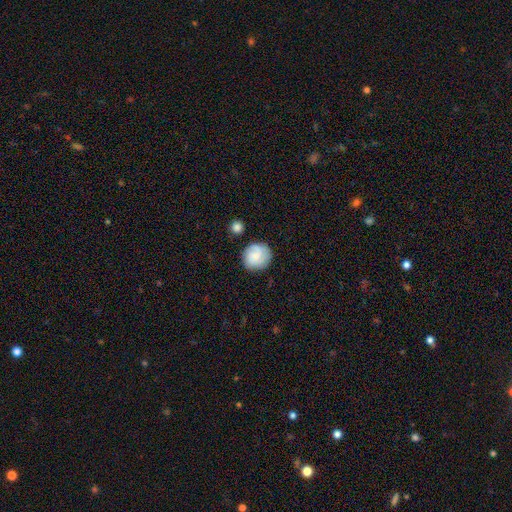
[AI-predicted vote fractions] Overall: smooth (61%; featured or disk 31%). How rounded: round (84%). Merging: none (75%).